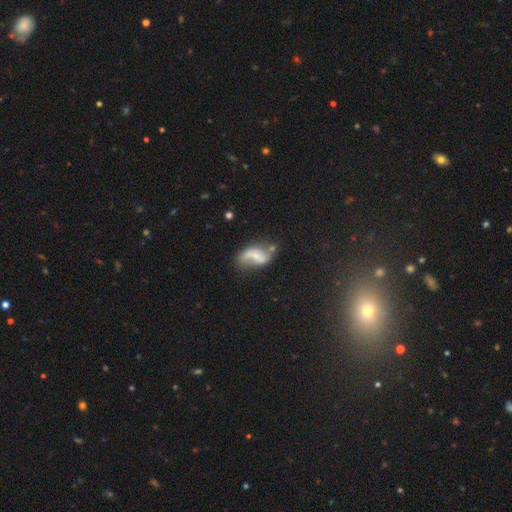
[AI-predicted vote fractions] smooth_or_featured: featured or disk (p=0.56) [alt: smooth p=0.35]
disk_edge_on: no (p=0.95) [alt: yes p=0.05]
bar: no (p=0.45) [alt: weak p=0.36]
has_spiral_arms: yes (p=0.79) [alt: no p=0.21]
bulge_size: small (p=0.47) [alt: none p=0.25]
merging: none (p=0.41) [alt: minor disturbance p=0.27]